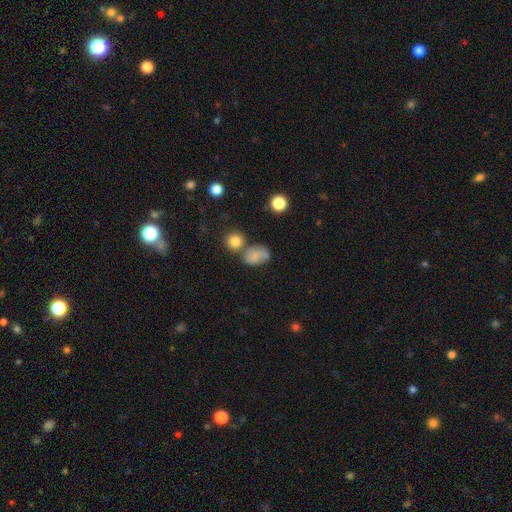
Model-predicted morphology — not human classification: Smooth or featured?
  - smooth: 74% *
  - featured or disk: 14%
  - star or artifact: 12%
How rounded?
  - in between: 71% *
  - round: 27%
  - cigar-shaped: 2%
Merging?
  - none: 44% *
  - merger: 26%
  - minor disturbance: 21%
  - major disturbance: 9%